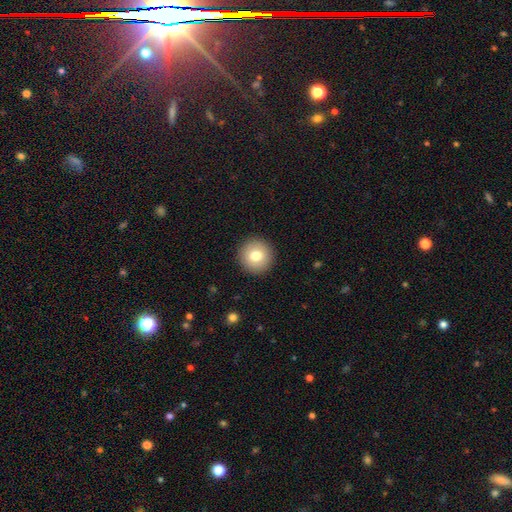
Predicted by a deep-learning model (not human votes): A smooth galaxy with no disk features (77%) that is round (95%). Merging: none (92%).